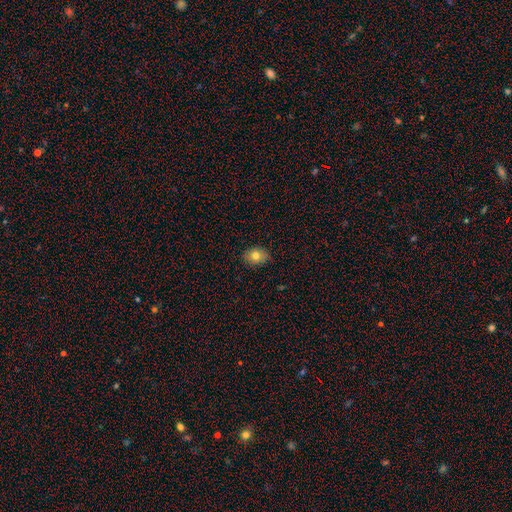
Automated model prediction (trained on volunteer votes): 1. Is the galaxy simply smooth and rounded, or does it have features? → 77% smooth, 12% featured or disk, 10% star or artifact.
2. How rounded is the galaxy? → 63% in between, 36% round, 1% cigar-shaped.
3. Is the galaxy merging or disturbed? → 85% none, 12% minor disturbance, 2% major disturbance, 1% merger.